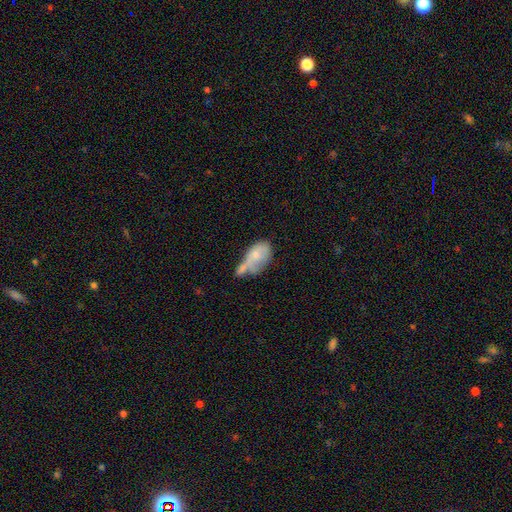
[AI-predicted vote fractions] Overall: smooth (69%). How rounded: in between (89%). Merging: merger (44%; none 20%).